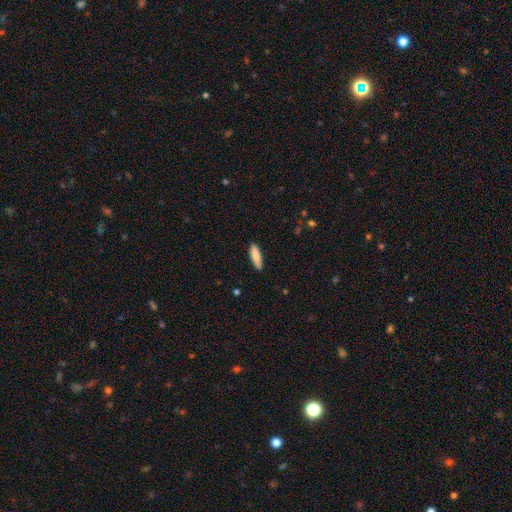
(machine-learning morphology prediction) This appears to be a smooth galaxy with no disk features (83%) that is cigar-shaped (53%). Merging: none (87%).